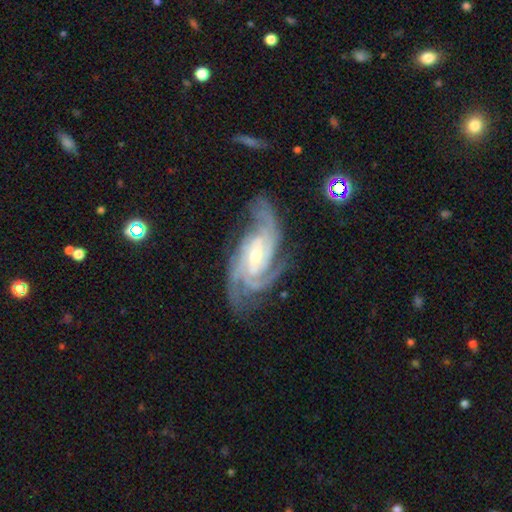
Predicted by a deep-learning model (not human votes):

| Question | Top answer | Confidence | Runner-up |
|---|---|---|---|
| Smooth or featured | featured or disk | 91% | star or artifact (5%) |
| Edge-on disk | no | 96% | yes (4%) |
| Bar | no | 44% | weak (39%) |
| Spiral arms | yes | 98% | no (2%) |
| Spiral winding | tight | 55% | medium (38%) |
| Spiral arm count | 3 | 39% | 4 (27%) |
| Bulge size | small | 56% | moderate (40%) |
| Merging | none | 69% | minor disturbance (20%) |